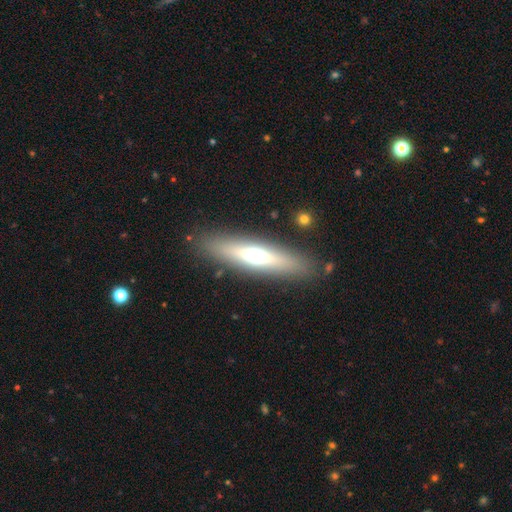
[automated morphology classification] smooth-or-featured: smooth: 48% | featured or disk: 44% | star or artifact: 8%
  merging: none: 87% | minor disturbance: 8% | major disturbance: 3% | merger: 2%